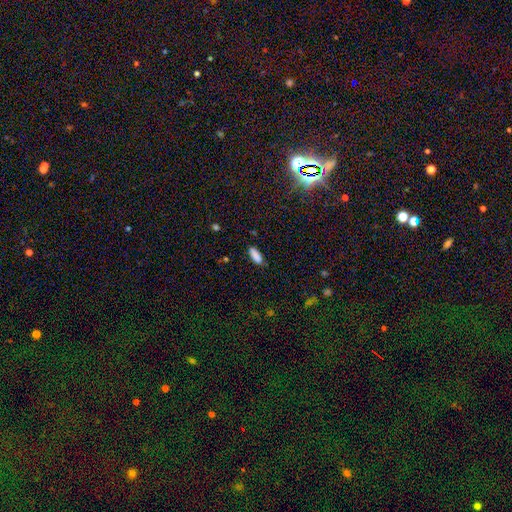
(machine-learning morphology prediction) Smooth or featured?
  - smooth: 87% *
  - star or artifact: 8%
  - featured or disk: 5%
How rounded?
  - in between: 66% *
  - cigar-shaped: 32%
  - round: 2%
Merging?
  - none: 82% *
  - minor disturbance: 14%
  - major disturbance: 2%
  - merger: 2%